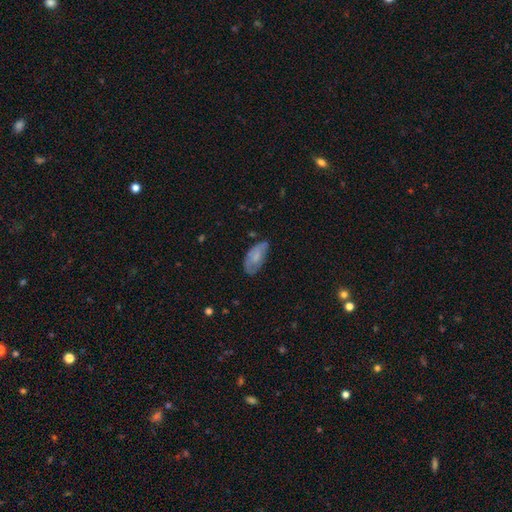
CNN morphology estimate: Overall: smooth (60%; featured or disk 32%). How rounded: in between (92%). Merging: none (61%; minor disturbance 29%).